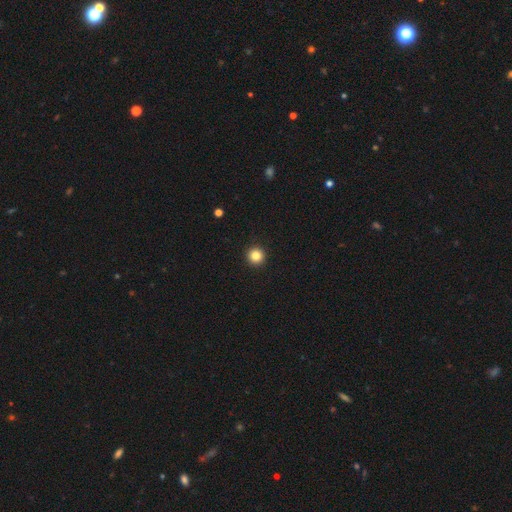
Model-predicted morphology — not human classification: A smooth galaxy with no disk features (84%) that is round (96%). Merging: none (94%).